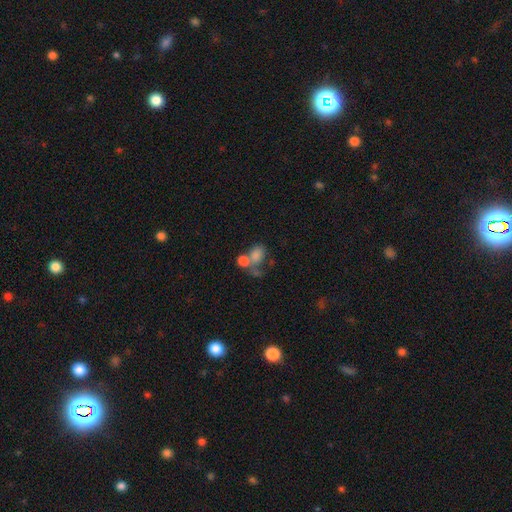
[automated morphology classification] The model was most divided on "how rounded": in between: 57%, round: 42%, cigar-shaped: 1%. More confident: smooth or featured — smooth (77%); merging — merger (53%).